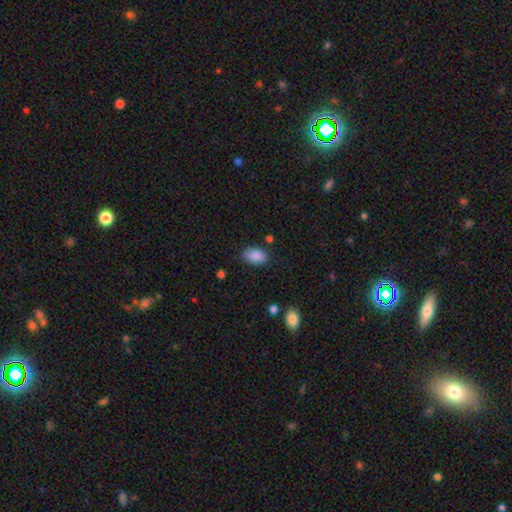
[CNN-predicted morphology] This is clearly a smooth galaxy (88%). How rounded: clearly in between (91%). Merging: likely none (78%).